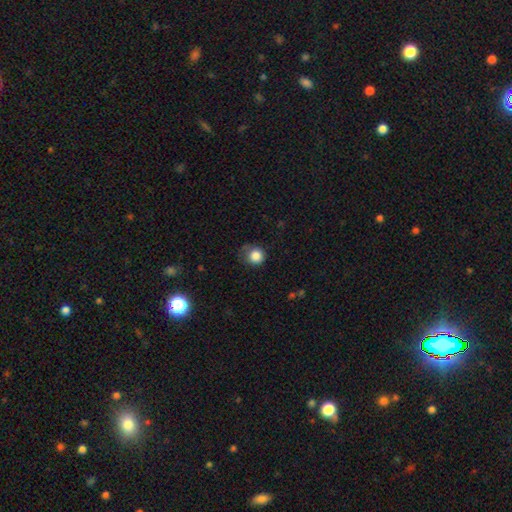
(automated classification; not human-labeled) smooth 84%, star or artifact 11%, featured or disk 5%. Down the decision tree: how rounded — round (88%); merging — none (60%).